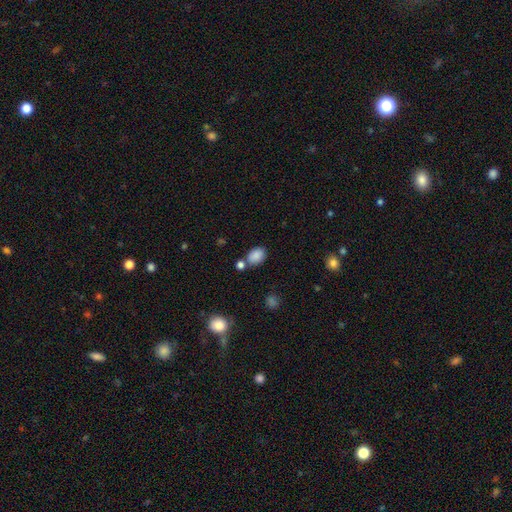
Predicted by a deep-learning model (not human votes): Smooth or featured: smooth — 86% (star or artifact — 9%)
How rounded: in between — 74% (round — 25%)
Merging: none — 67% (merger — 16%)